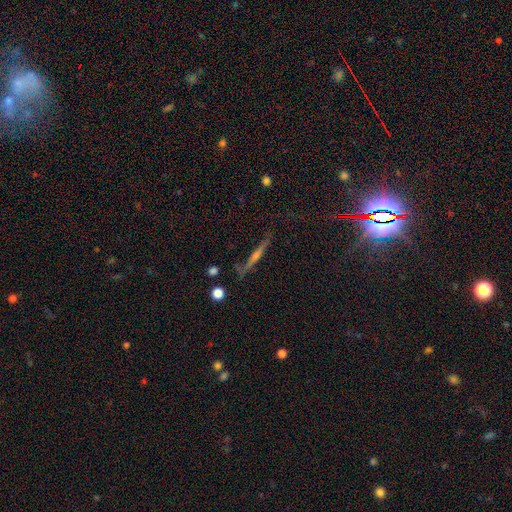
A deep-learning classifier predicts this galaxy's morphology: smooth_or_featured: featured or disk (p=0.42) [alt: star or artifact p=0.38]
merging: none (p=0.73) [alt: minor disturbance p=0.14]